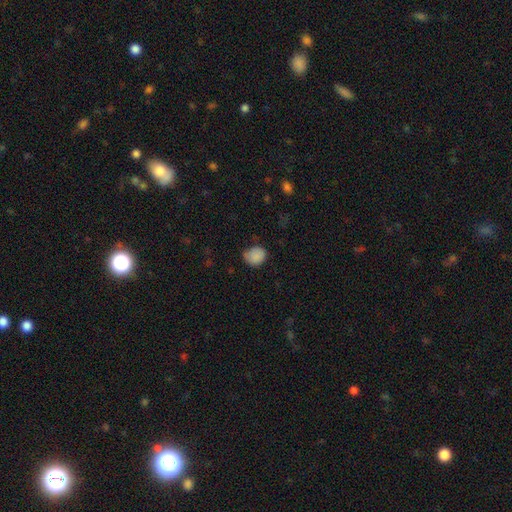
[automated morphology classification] Overall: smooth (86%). How rounded: round (65%; in between 34%). Merging: none (63%; minor disturbance 30%).